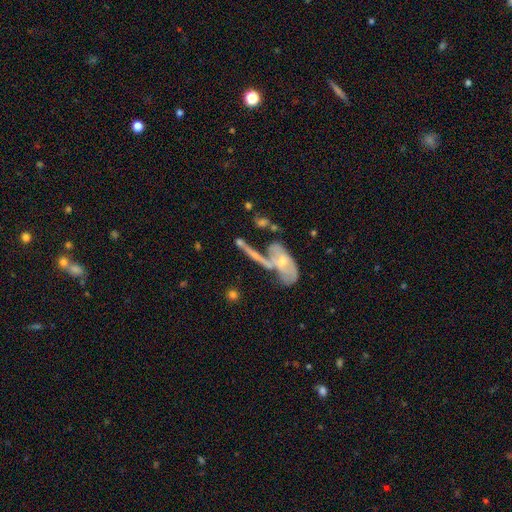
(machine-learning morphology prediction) The model was most divided on "edge-on disk": no: 51%, yes: 49%. Remaining: smooth or featured — featured or disk (54%); merging — merger (42%).